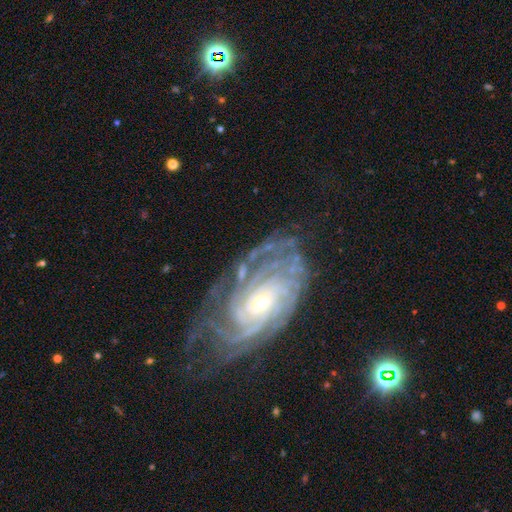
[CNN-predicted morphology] featured or disk 88%, star or artifact 7%, smooth 6%. Down the decision tree: edge-on disk — no (95%); bar — no (64%); spiral arms — yes (97%); spiral arm count — can't tell (32%); spiral winding — tight (76%); bulge size — small (61%); merging — none (67%).